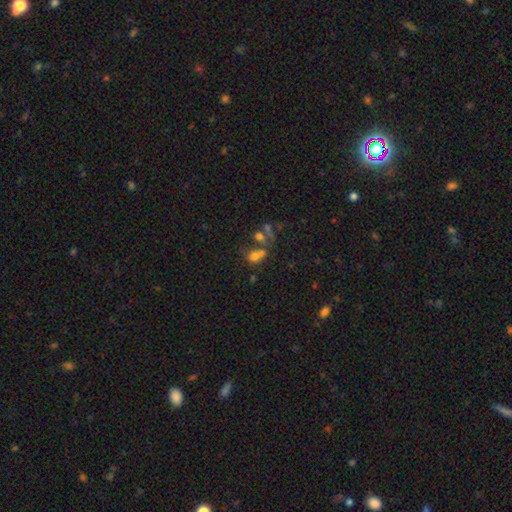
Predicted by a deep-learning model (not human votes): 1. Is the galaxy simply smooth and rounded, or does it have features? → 62% smooth, 21% featured or disk, 18% star or artifact.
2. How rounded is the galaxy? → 54% round, 45% in between, 2% cigar-shaped.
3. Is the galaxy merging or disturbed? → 54% merger, 27% none, 10% major disturbance, 9% minor disturbance.